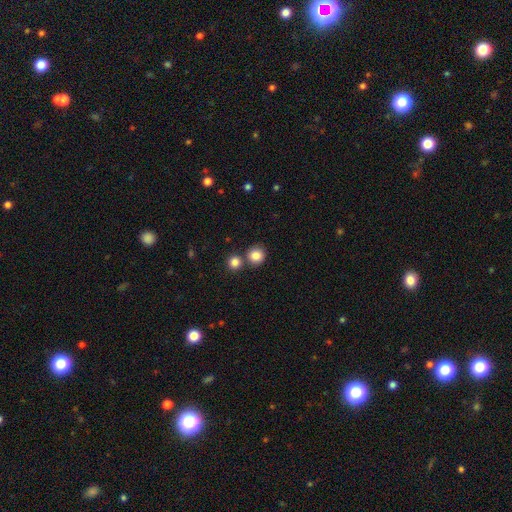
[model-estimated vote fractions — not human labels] smooth-or-featured: smooth: 84% | star or artifact: 10% | featured or disk: 6%
  how-rounded: round: 88% | in between: 11% | cigar-shaped: 1%
  merging: none: 71% | merger: 19% | minor disturbance: 8% | major disturbance: 2%